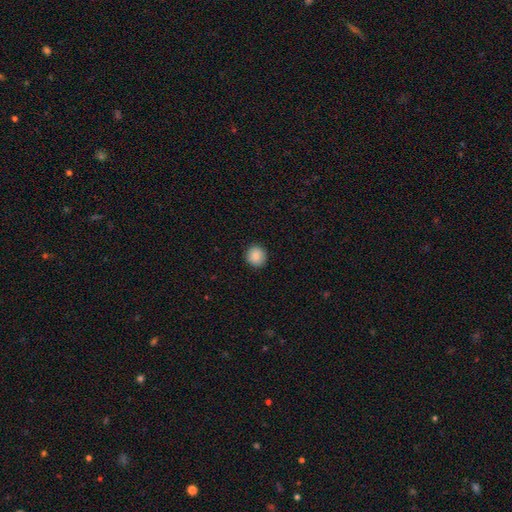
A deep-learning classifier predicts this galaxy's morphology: This appears to be a smooth galaxy with no disk features (87%) that is round (90%). Merging: none (91%).